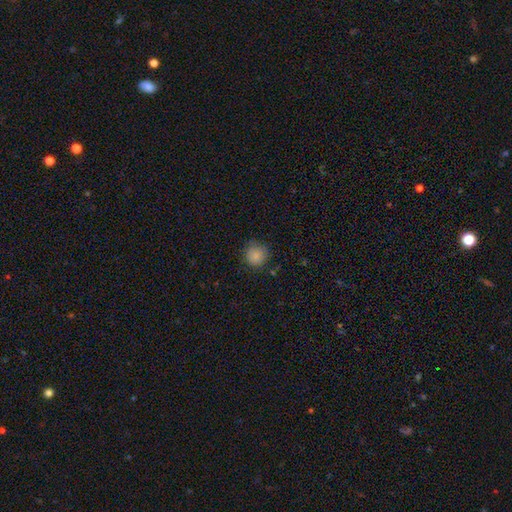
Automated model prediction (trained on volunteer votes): Overall: smooth (86%). How rounded: round (93%). Merging: none (82%).